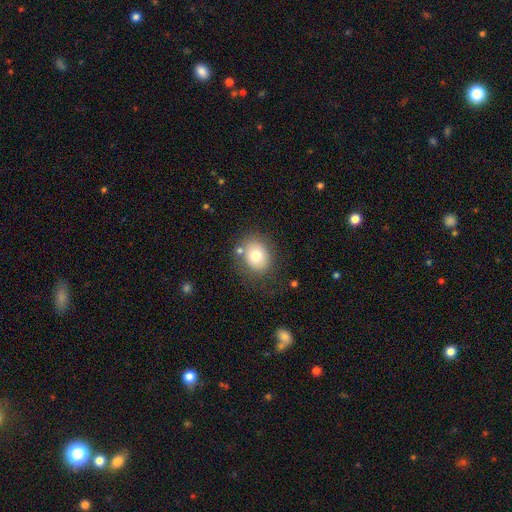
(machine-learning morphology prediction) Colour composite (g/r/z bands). It shows a smooth galaxy with no disk features (74%) that is round (60%). Merging: none (72%).